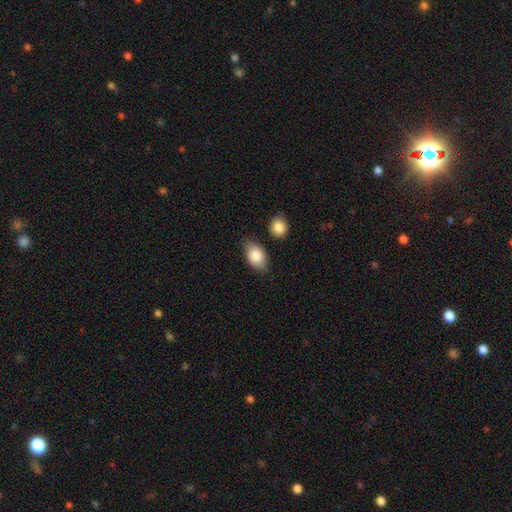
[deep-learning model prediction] smooth 86%, featured or disk 8%, star or artifact 6%. Down the decision tree: how rounded — in between (89%); merging — none (78%).